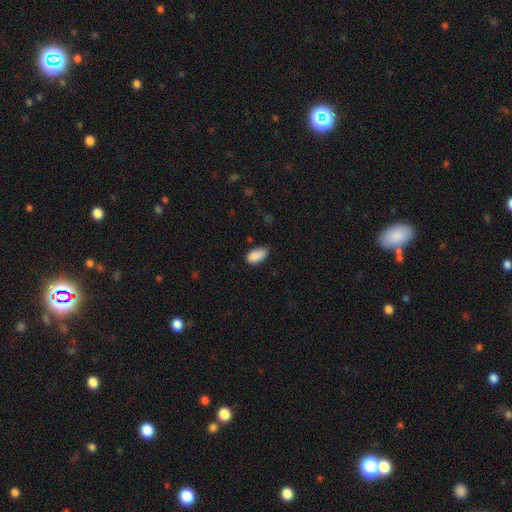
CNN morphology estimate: smooth-or-featured: smooth: 88% | star or artifact: 7% | featured or disk: 4%
  how-rounded: in between: 93% | round: 4% | cigar-shaped: 3%
  merging: none: 67% | minor disturbance: 27% | major disturbance: 4% | merger: 2%